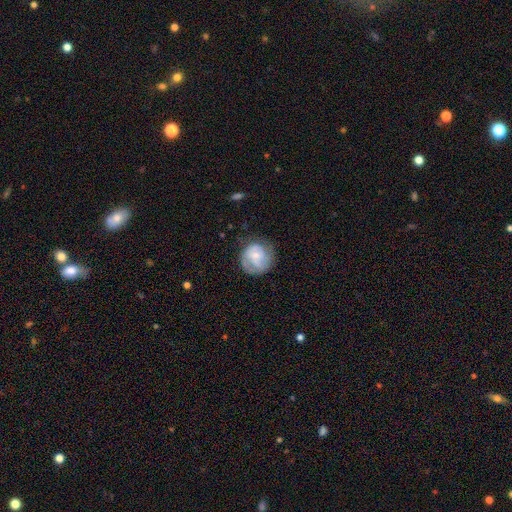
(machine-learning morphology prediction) A featured or disk galaxy (49%). Merging: none (62%).